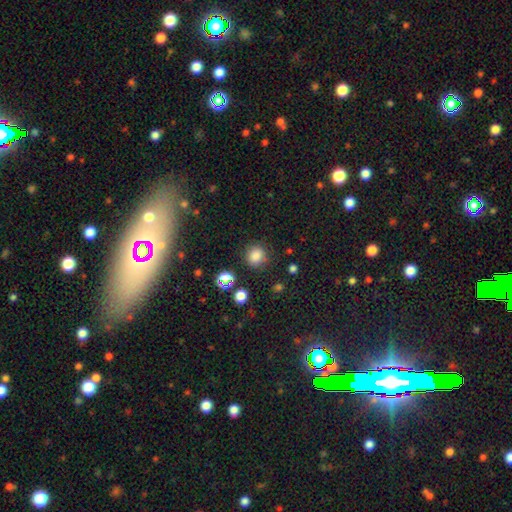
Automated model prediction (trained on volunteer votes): Smooth or featured? Predicted: smooth (p=0.81). How rounded? Predicted: round (p=0.80). Merging? Predicted: none (p=0.80).